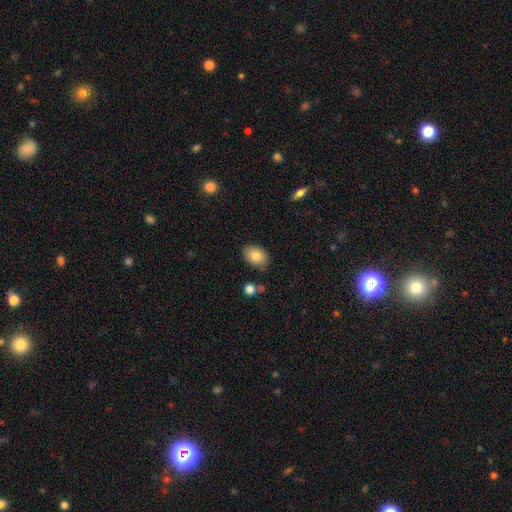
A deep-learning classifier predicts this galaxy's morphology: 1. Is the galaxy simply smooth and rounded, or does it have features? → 81% smooth, 12% featured or disk, 7% star or artifact.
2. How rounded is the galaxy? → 84% in between, 14% round, 1% cigar-shaped.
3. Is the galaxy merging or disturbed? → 84% none, 11% minor disturbance, 2% merger, 2% major disturbance.